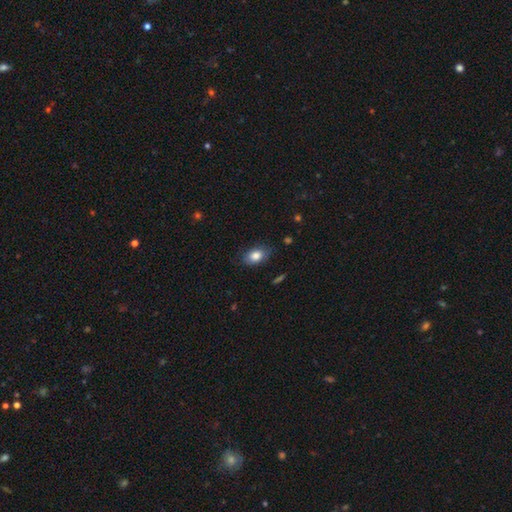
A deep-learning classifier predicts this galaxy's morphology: Overall: smooth (83%). How rounded: in between (86%). Merging: none (78%).